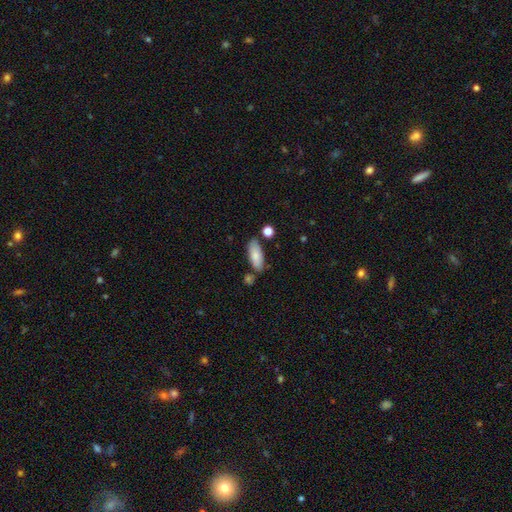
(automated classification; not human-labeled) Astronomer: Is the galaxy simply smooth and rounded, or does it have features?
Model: smooth — 83%.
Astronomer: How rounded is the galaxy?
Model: in between — 77%.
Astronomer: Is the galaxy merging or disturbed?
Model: none — 73%.